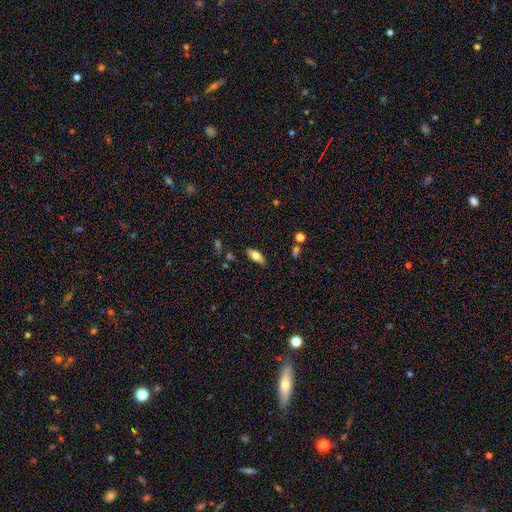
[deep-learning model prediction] A smooth galaxy with no disk features (66%) that is in between round and cigar-shaped (82%). Merging: none (83%).